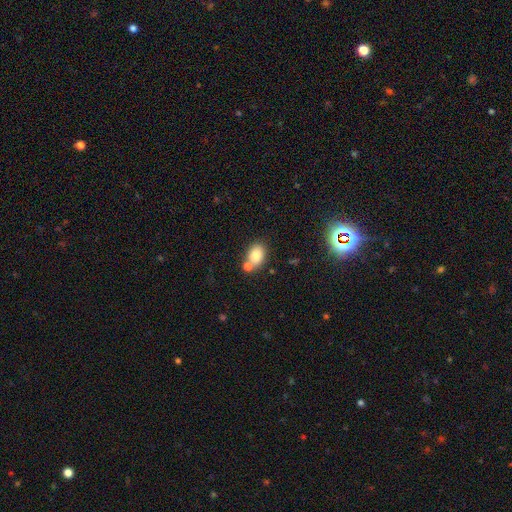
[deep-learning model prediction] Smooth or featured?
  - smooth: 81% *
  - star or artifact: 10%
  - featured or disk: 9%
How rounded?
  - in between: 70% *
  - round: 29%
  - cigar-shaped: 1%
Merging?
  - none: 58% *
  - merger: 26%
  - minor disturbance: 12%
  - major disturbance: 4%